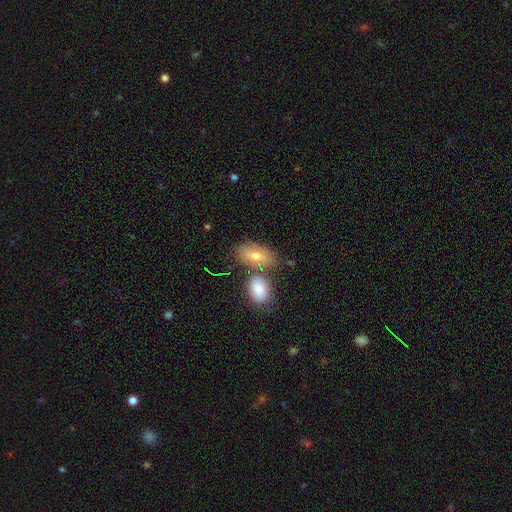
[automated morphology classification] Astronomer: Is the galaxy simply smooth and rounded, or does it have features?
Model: smooth — 69%.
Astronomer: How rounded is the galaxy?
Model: in between — 89%.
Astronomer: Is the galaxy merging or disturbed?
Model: none — 57%.